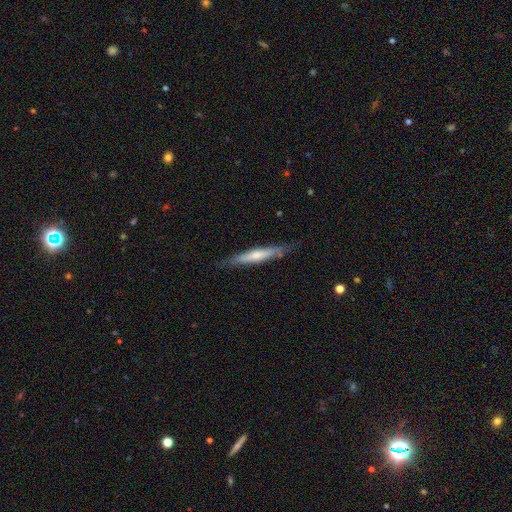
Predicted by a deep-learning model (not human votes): Overall: smooth (48%; featured or disk 47%). Merging: none (80%).